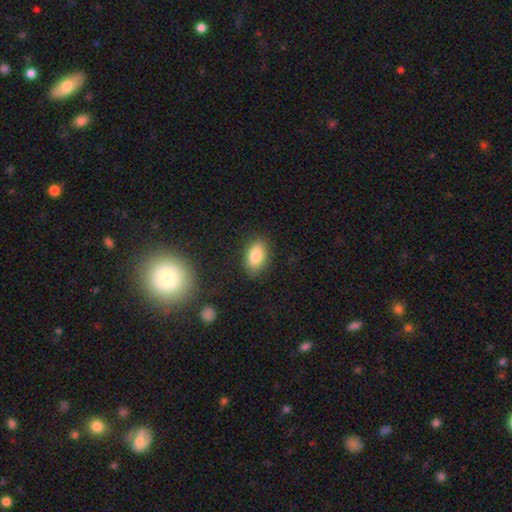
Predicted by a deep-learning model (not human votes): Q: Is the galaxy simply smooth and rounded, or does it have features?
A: smooth — 83%.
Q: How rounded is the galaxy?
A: in between — 89%.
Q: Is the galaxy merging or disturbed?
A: none — 84%.